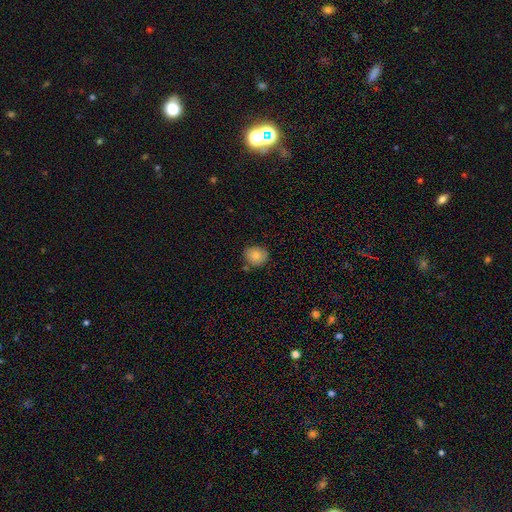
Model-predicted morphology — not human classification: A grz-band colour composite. It shows a smooth galaxy with no disk features (85%) that is round (74%). Merging: none (77%).